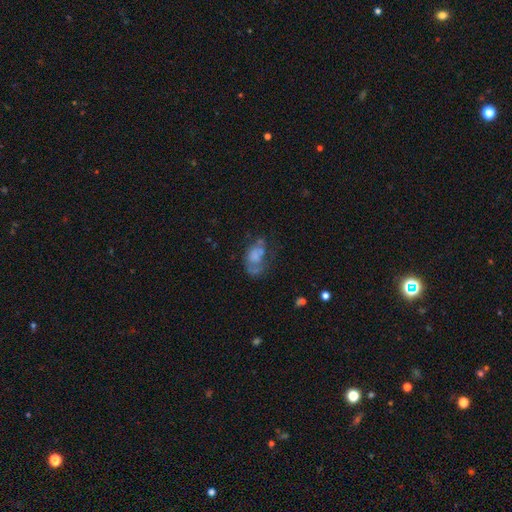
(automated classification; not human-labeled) This is possibly a smooth galaxy (45%). Merging: marginally major disturbance (33%).